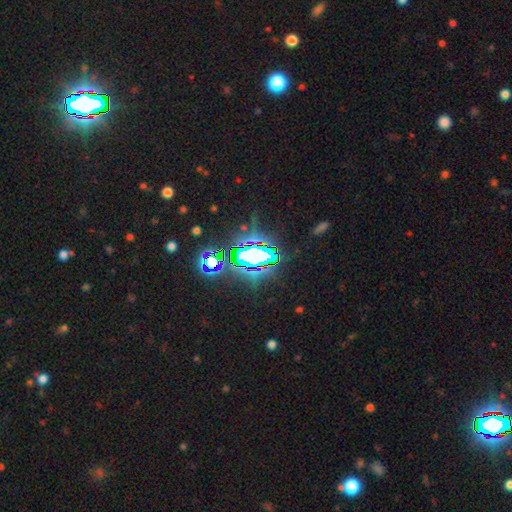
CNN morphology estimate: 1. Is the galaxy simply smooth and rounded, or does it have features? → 72% star or artifact, 15% smooth, 13% featured or disk.